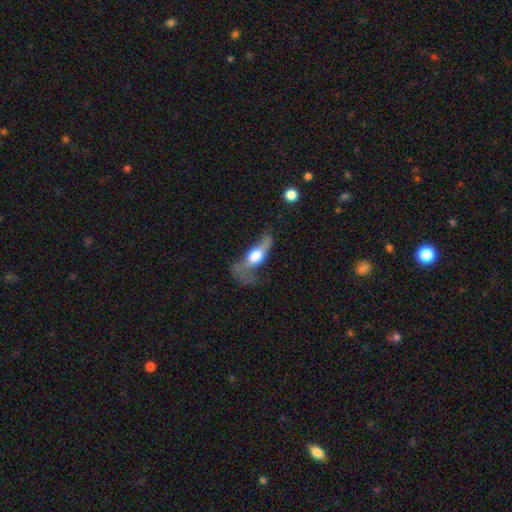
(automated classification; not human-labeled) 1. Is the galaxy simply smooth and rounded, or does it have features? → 56% featured or disk, 36% smooth, 8% star or artifact.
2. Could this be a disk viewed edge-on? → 57% no, 43% yes.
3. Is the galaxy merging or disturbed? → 46% major disturbance, 27% none, 21% minor disturbance, 6% merger.